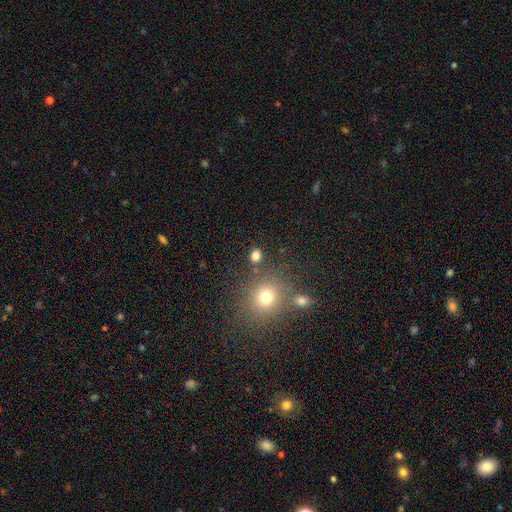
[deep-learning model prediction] smooth-or-featured: smooth: 78% | star or artifact: 16% | featured or disk: 6%
  how-rounded: round: 64% | in between: 34% | cigar-shaped: 1%
  merging: none: 78% | minor disturbance: 9% | merger: 9% | major disturbance: 4%